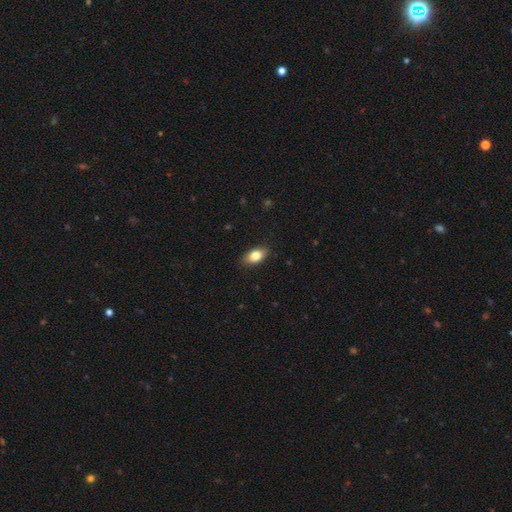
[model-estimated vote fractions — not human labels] Q: Smooth or featured?
A: smooth (83%); runner-up: featured or disk (10%)
Q: How rounded?
A: in between (89%); runner-up: round (7%)
Q: Merging?
A: none (87%); runner-up: minor disturbance (10%)